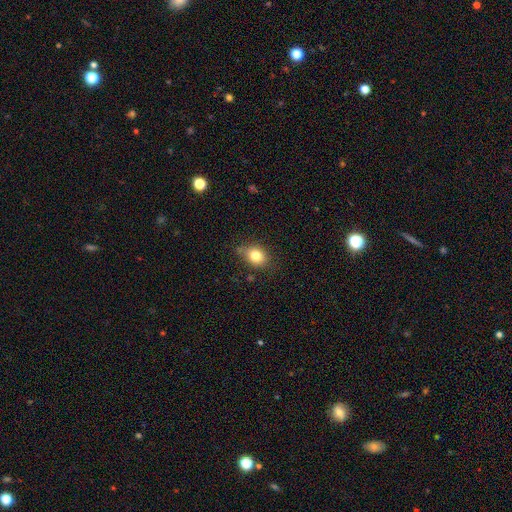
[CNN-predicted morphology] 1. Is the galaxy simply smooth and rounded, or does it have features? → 80% smooth, 10% star or artifact, 10% featured or disk.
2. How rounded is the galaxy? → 56% in between, 42% round, 1% cigar-shaped.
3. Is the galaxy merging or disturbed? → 71% none, 23% minor disturbance, 5% major disturbance, 2% merger.